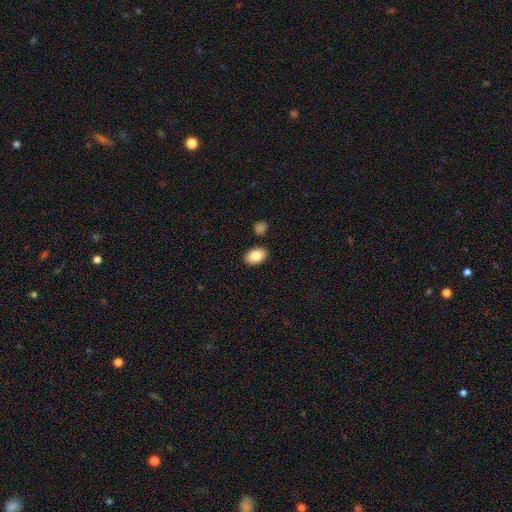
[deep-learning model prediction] smooth_or_featured: smooth (p=0.85) [alt: featured or disk p=0.09]
how_rounded: in between (p=0.89) [alt: round p=0.10]
merging: none (p=0.87) [alt: minor disturbance p=0.08]